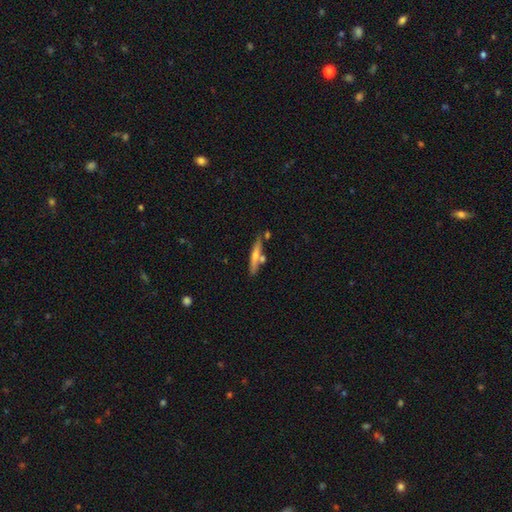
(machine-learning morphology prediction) Smooth or featured? smooth (51%)
How rounded? cigar-shaped (88%)
Merging? none (71%)